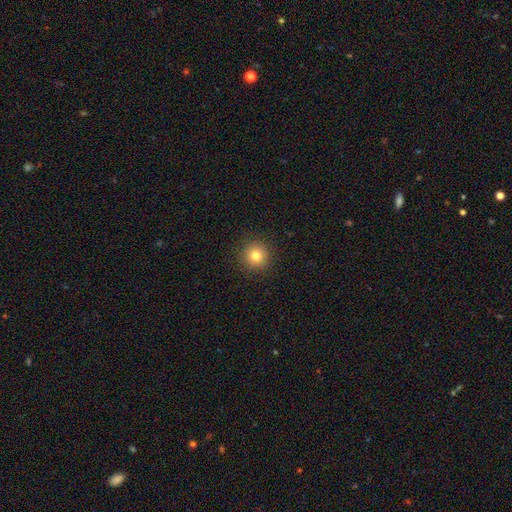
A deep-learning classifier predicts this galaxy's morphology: smooth-or-featured: smooth: 80% | star or artifact: 12% | featured or disk: 8%
  how-rounded: round: 95% | in between: 4% | cigar-shaped: 1%
  merging: none: 92% | minor disturbance: 5% | major disturbance: 2% | merger: 1%